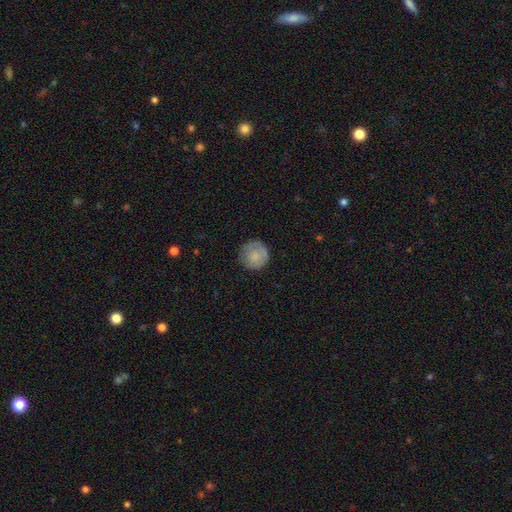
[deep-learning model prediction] The model was most divided on "smooth or featured": smooth: 75%, featured or disk: 18%, star or artifact: 7%. More confident: how rounded — round (94%); merging — none (79%).